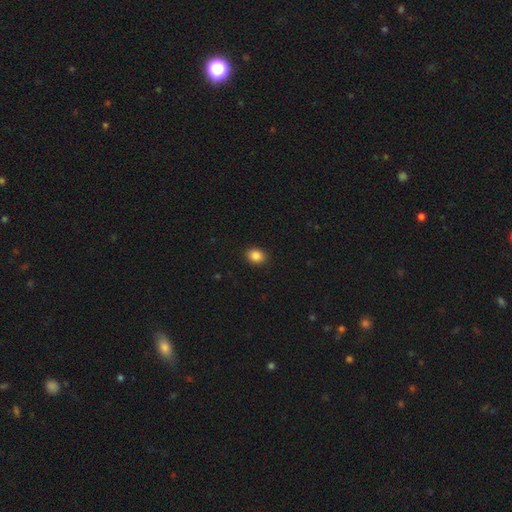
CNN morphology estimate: This is clearly a smooth galaxy (87%). How rounded: possibly round (52%). Merging: clearly none (90%).